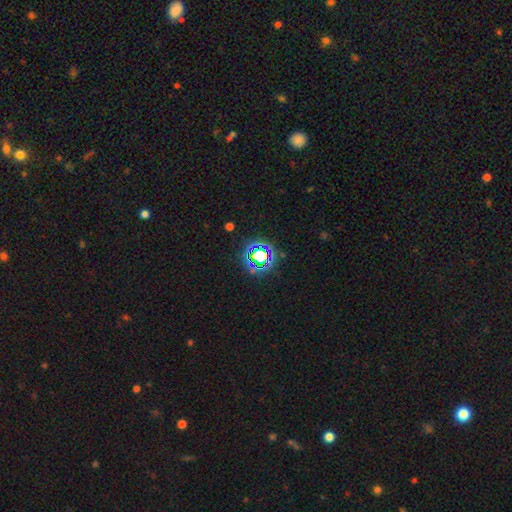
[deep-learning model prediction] smooth-or-featured: star or artifact: 67% | smooth: 21% | featured or disk: 11%